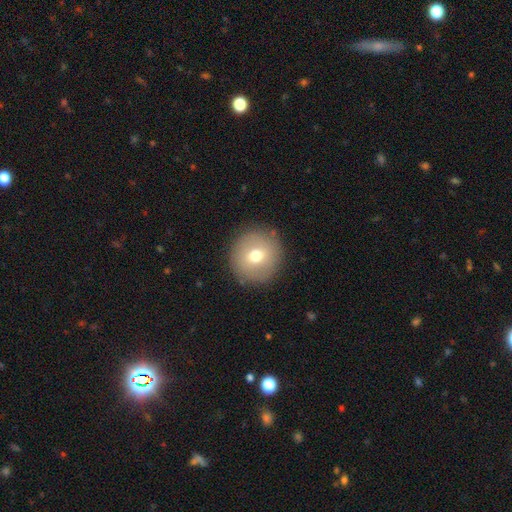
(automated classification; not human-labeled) smooth-or-featured: smooth: 68% | featured or disk: 22% | star or artifact: 10%
  how-rounded: round: 94% | in between: 5% | cigar-shaped: 1%
  merging: none: 88% | minor disturbance: 8% | major disturbance: 3% | merger: 1%